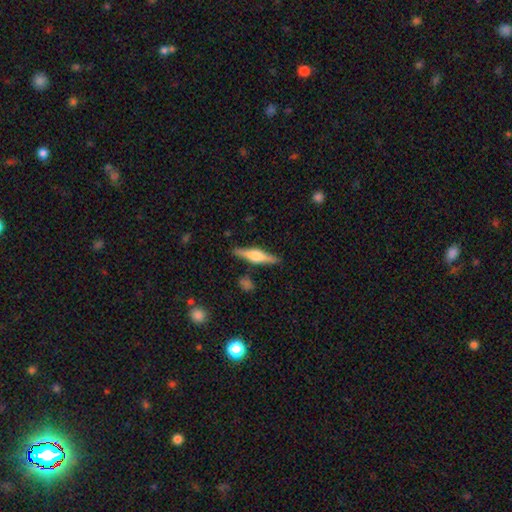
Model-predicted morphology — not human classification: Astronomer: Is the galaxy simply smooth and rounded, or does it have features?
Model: featured or disk — 64%.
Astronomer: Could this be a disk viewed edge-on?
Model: yes — 97%.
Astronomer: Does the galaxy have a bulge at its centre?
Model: rounded — 85%.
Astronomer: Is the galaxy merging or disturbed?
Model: none — 87%.